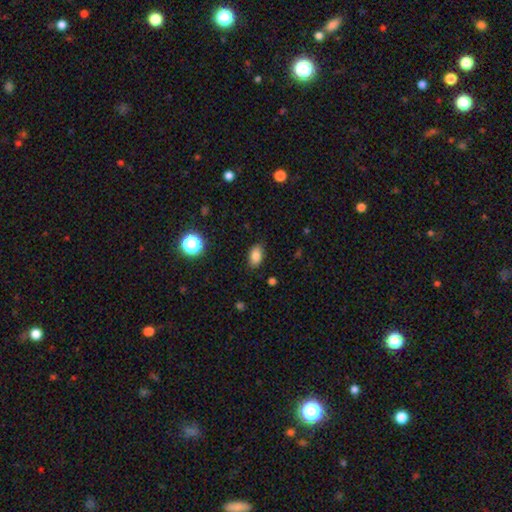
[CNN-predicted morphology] Q: Smooth or featured?
A: smooth (82%); runner-up: star or artifact (10%)
Q: How rounded?
A: in between (89%); runner-up: round (9%)
Q: Merging?
A: none (85%); runner-up: minor disturbance (11%)